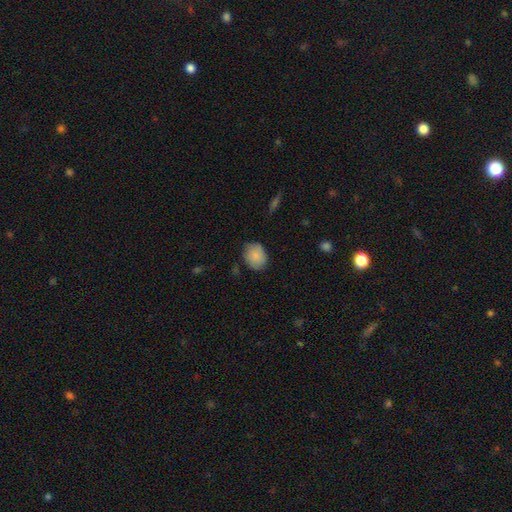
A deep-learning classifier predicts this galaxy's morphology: Overall: smooth (83%). How rounded: in between (53%; round 46%). Merging: none (73%).